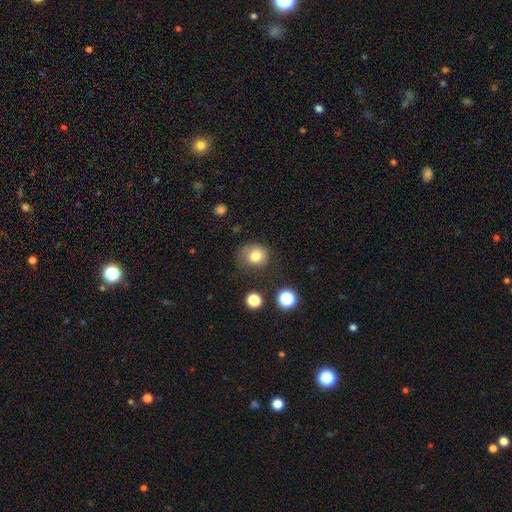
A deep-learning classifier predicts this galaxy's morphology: This is likely a smooth galaxy (80%). How rounded: likely round (74%). Merging: likely none (65%).